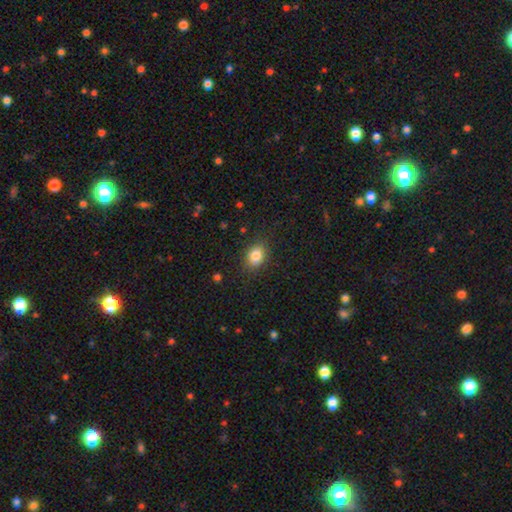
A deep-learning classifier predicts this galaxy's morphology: This is clearly a smooth galaxy (84%). How rounded: likely in between (71%). Merging: clearly none (84%).